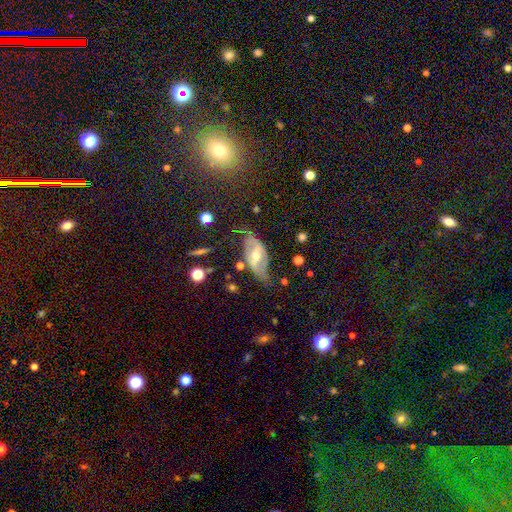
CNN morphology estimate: smooth_or_featured: featured or disk (p=0.76) [alt: smooth p=0.16]
disk_edge_on: no (p=0.90) [alt: yes p=0.10]
bar: weak (p=0.42) [alt: no p=0.32]
has_spiral_arms: yes (p=0.84) [alt: no p=0.16]
spiral_winding: loose (p=0.41) [alt: medium p=0.37]
spiral_arm_count: 2 (p=0.82) [alt: can't tell p=0.12]
bulge_size: moderate (p=0.60) [alt: small p=0.35]
merging: none (p=0.58) [alt: minor disturbance p=0.26]